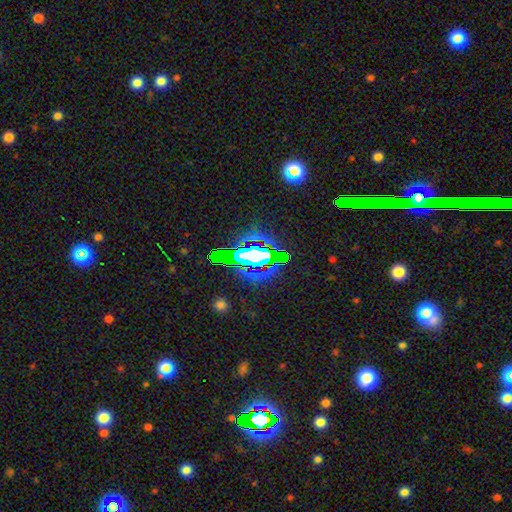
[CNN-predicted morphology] Q: Smooth or featured?
A: star or artifact (58%); runner-up: smooth (24%)